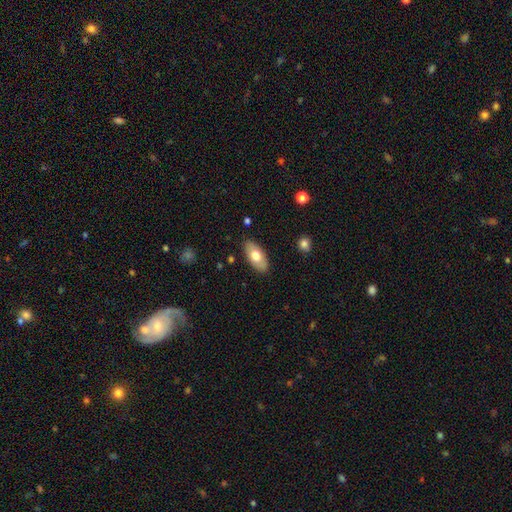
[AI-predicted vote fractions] smooth_or_featured: smooth (p=0.68) [alt: featured or disk p=0.26]
how_rounded: in between (p=0.92) [alt: cigar-shaped p=0.05]
merging: none (p=0.86) [alt: minor disturbance p=0.10]